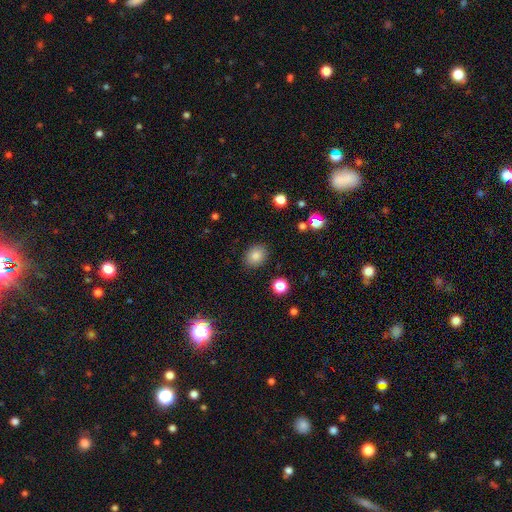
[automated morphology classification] Overall: smooth (84%). How rounded: round (52%; in between 47%). Merging: none (89%).